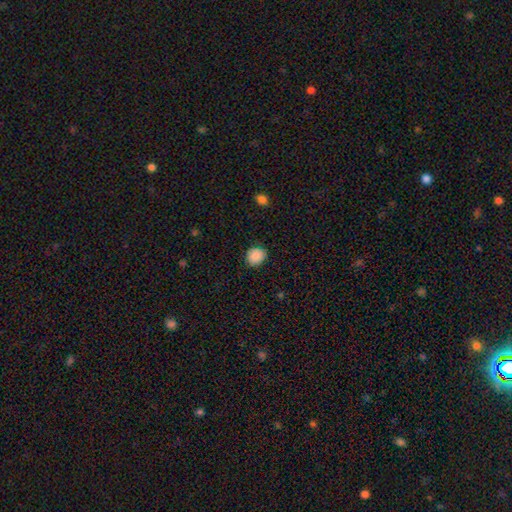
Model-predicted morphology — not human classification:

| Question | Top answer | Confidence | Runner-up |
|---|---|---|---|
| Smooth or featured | smooth | 88% | star or artifact (9%) |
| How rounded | round | 79% | in between (20%) |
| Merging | none | 85% | minor disturbance (12%) |